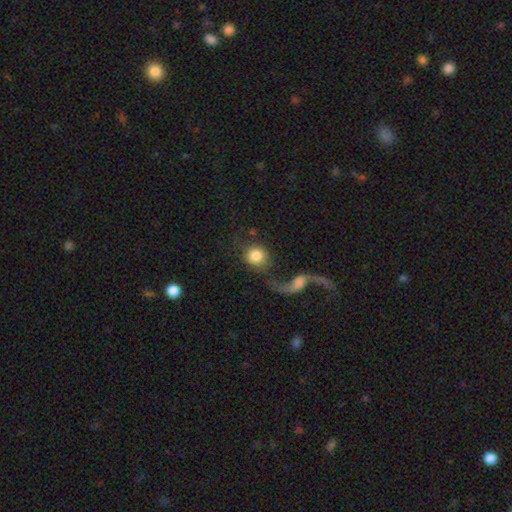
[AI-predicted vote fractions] A smooth galaxy with no disk features (73%) that is round (83%). Merging: none (44%).